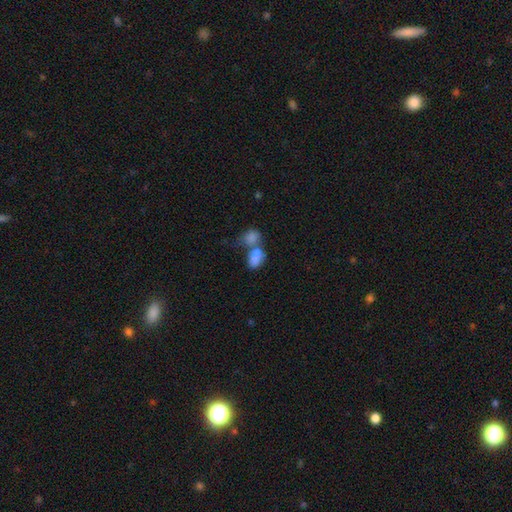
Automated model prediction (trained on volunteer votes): Smooth or featured?
  - smooth: 77% *
  - featured or disk: 14%
  - star or artifact: 9%
How rounded?
  - in between: 84% *
  - round: 14%
  - cigar-shaped: 2%
Merging?
  - merger: 68% *
  - none: 18%
  - minor disturbance: 8%
  - major disturbance: 6%